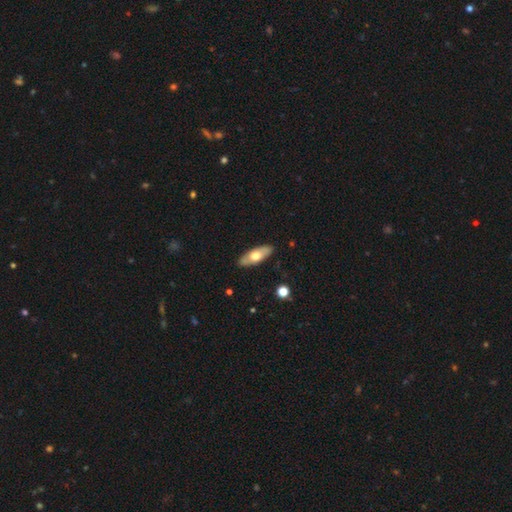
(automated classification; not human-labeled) Smooth or featured? smooth (56%)
How rounded? in between (73%)
Merging? none (88%)